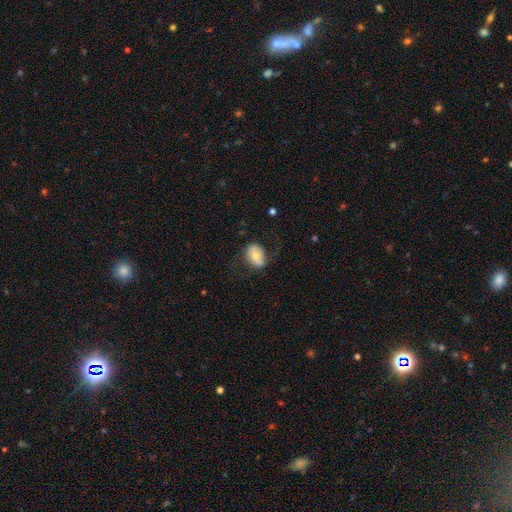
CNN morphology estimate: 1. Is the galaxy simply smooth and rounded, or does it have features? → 62% smooth, 31% featured or disk, 8% star or artifact.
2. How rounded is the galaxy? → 74% in between, 24% round, 1% cigar-shaped.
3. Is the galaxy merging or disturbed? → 58% none, 27% minor disturbance, 13% major disturbance, 2% merger.